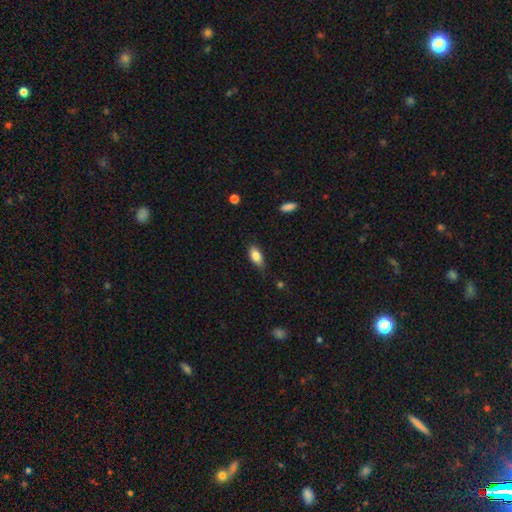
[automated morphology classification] A smooth galaxy with no disk features (84%) that is in between round and cigar-shaped (88%).

Vote fractions:
- Smooth or featured? smooth: 84% / featured or disk: 9% / star or artifact: 7%
- How rounded? in between: 88% / cigar-shaped: 9% / round: 3%
- Merging? none: 76% / minor disturbance: 20% / major disturbance: 3% / merger: 1%